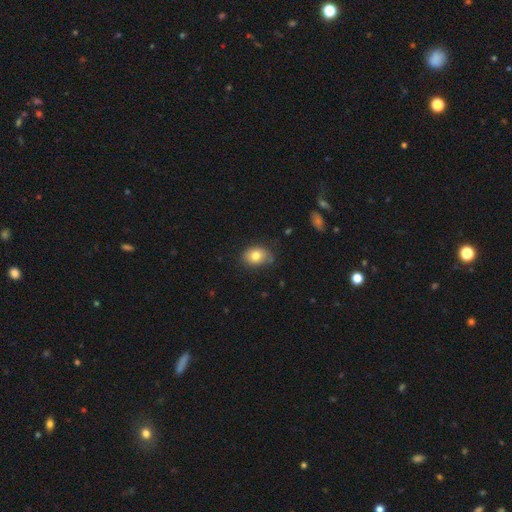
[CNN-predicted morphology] This is likely a smooth galaxy (79%). How rounded: likely in between (65%). Merging: likely none (73%).